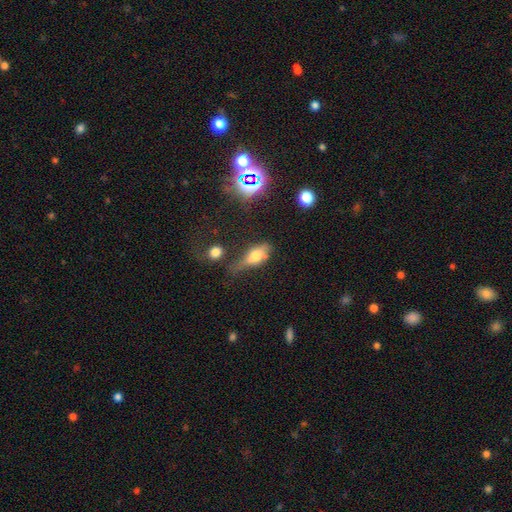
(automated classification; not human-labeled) Morphology: type=smooth (58%); roundness=in between (74%); merging=none (37%).